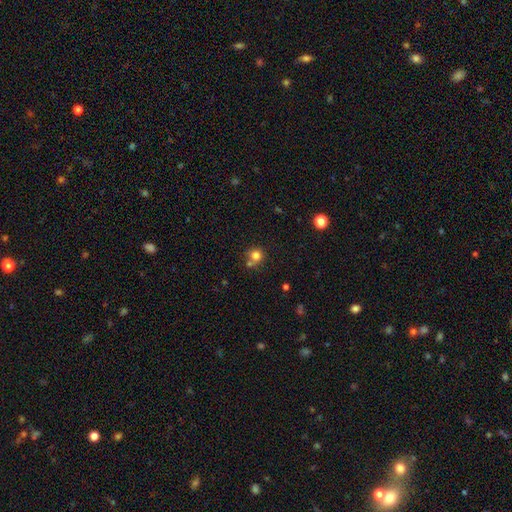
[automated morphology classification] Smooth or featured: smooth — 79% (star or artifact — 13%)
How rounded: round — 87% (in between — 12%)
Merging: none — 57% (merger — 27%)